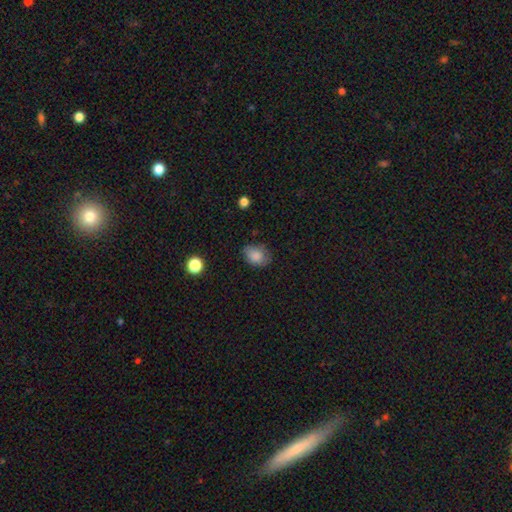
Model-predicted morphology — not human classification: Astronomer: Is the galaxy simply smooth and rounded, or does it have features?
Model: smooth — 84%.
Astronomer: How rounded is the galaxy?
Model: in between — 72%.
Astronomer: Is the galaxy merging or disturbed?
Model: none — 69%.